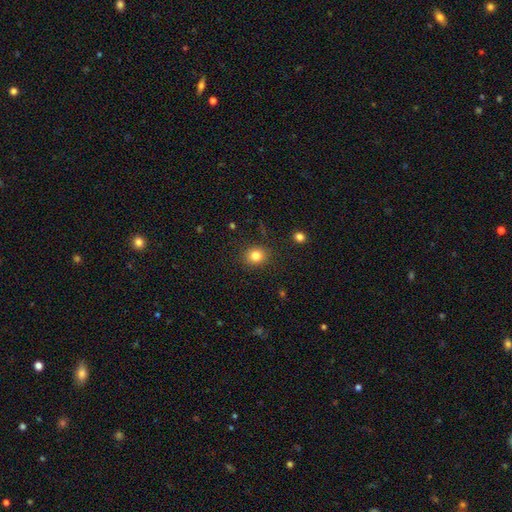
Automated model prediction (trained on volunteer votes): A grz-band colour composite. It shows a smooth galaxy with no disk features (82%) that is round (76%). Merging: none (88%).